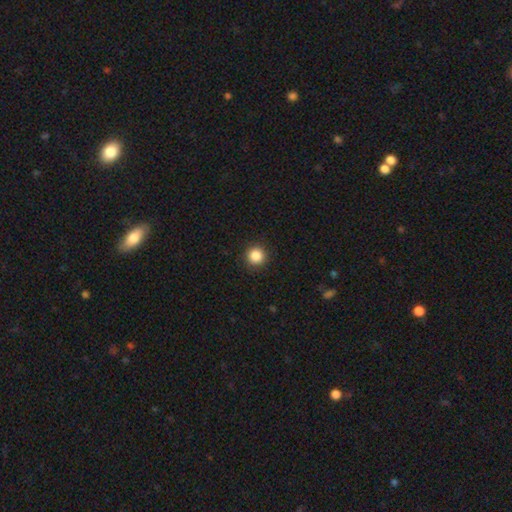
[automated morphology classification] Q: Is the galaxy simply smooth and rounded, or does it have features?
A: smooth — 86%.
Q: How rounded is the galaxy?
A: round — 95%.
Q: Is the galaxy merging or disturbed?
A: none — 92%.